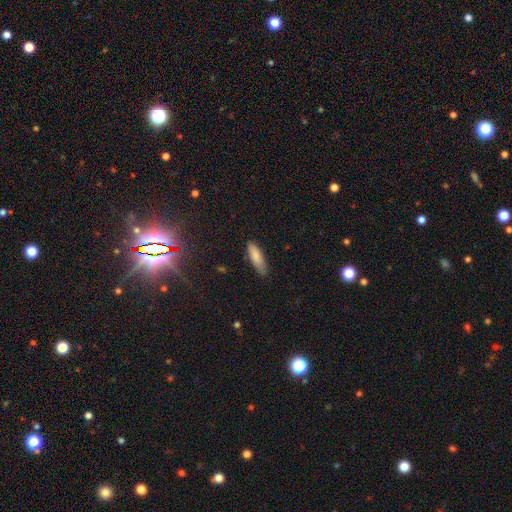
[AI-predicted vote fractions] Smooth or featured: smooth — 84% (featured or disk — 10%)
How rounded: cigar-shaped — 51% (in between — 47%)
Merging: none — 81% (minor disturbance — 15%)